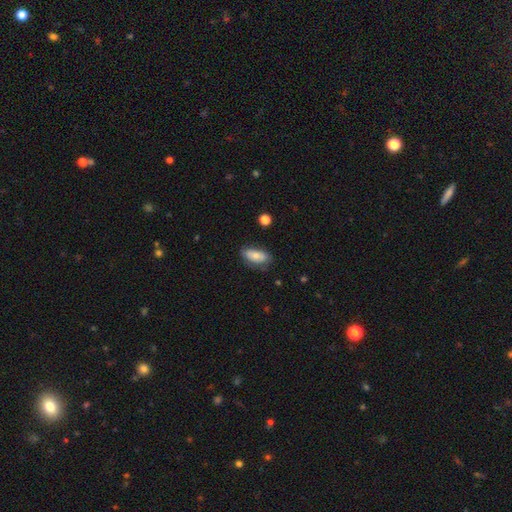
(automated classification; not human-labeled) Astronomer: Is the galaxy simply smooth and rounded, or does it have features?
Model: smooth — 73%.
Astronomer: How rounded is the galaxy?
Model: in between — 87%.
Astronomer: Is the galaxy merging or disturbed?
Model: none — 69%.